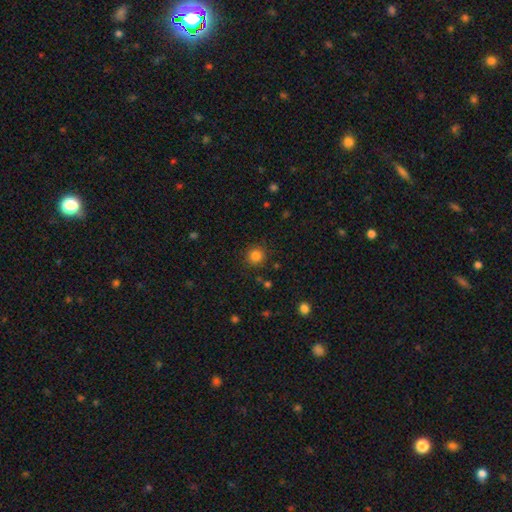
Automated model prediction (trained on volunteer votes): Smooth or featured? Predicted: smooth (p=0.83). How rounded? Predicted: round (p=0.91). Merging? Predicted: none (p=0.87).